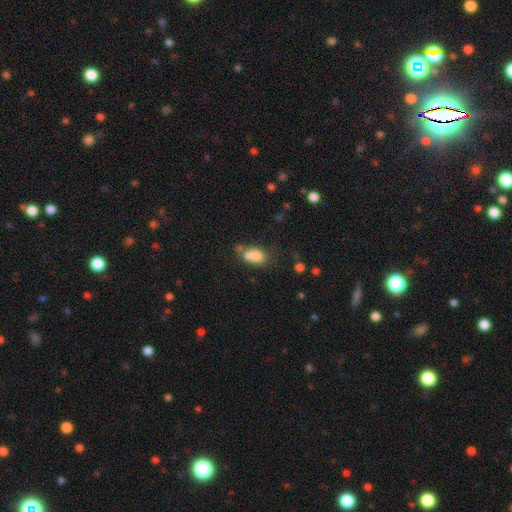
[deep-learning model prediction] This appears to be a smooth galaxy with no disk features (71%) that is in between round and cigar-shaped (59%). Merging: merger (52%).